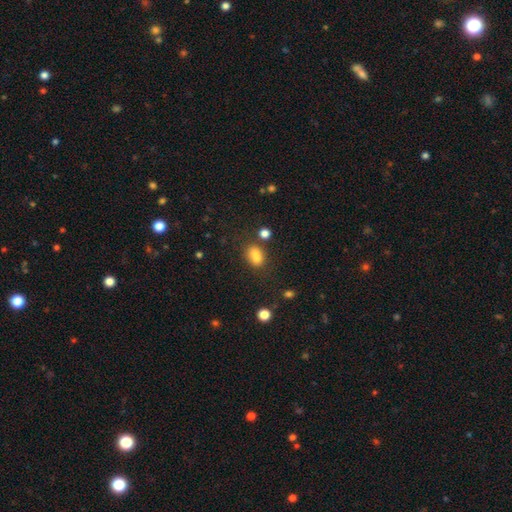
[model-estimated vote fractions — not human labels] Smooth or featured?
  - smooth: 79% *
  - star or artifact: 14%
  - featured or disk: 8%
How rounded?
  - in between: 77% *
  - round: 21%
  - cigar-shaped: 2%
Merging?
  - none: 64% *
  - minor disturbance: 15%
  - merger: 15%
  - major disturbance: 6%